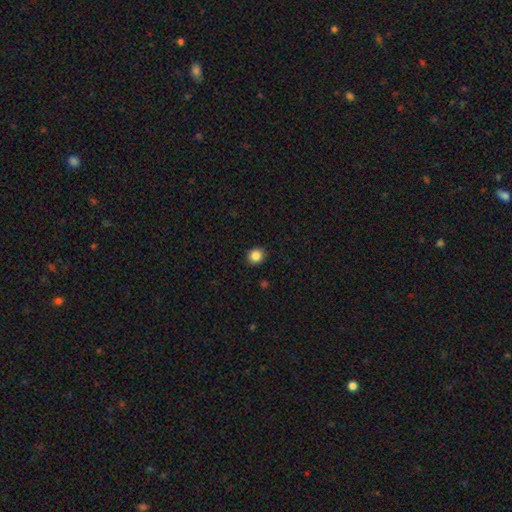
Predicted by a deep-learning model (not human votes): Overall: smooth (85%). How rounded: round (87%). Merging: none (92%).